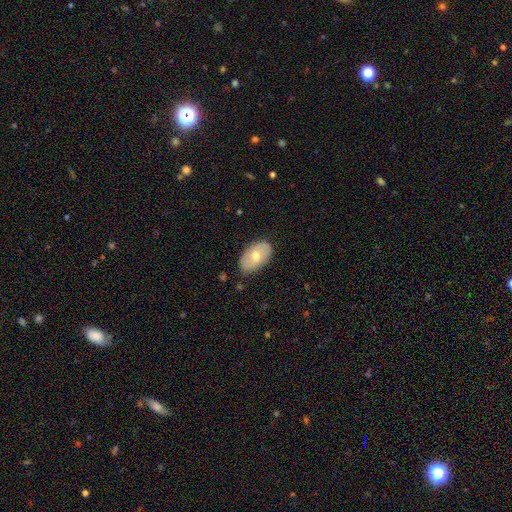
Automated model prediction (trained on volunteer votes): Smooth or featured: smooth — 55% (featured or disk — 39%)
How rounded: in between — 92% (round — 7%)
Merging: none — 83% (minor disturbance — 13%)